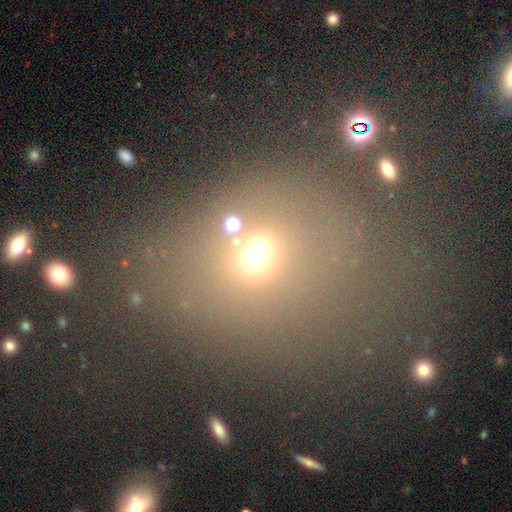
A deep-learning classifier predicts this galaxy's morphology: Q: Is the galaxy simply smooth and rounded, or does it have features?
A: smooth — 56%.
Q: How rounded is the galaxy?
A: round — 57%.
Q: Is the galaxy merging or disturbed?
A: none — 63%.